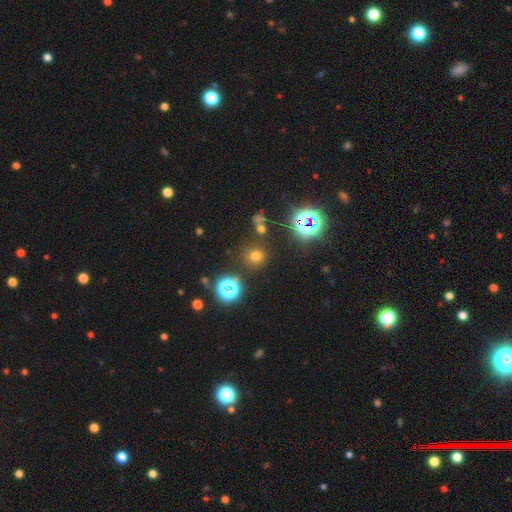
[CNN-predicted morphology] A smooth galaxy with no disk features (64%) that is round (93%). Merging: none (85%).